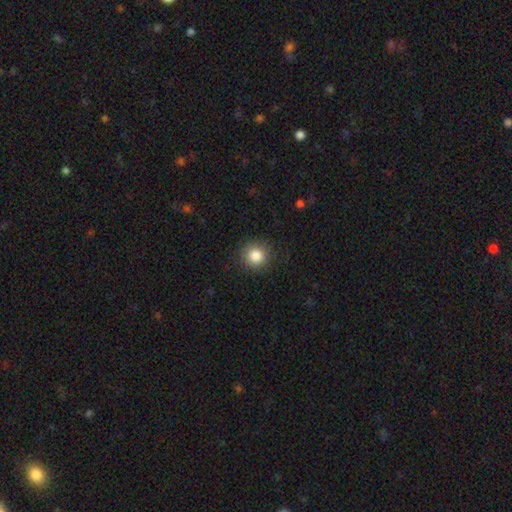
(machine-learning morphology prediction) smooth-or-featured: smooth: 85% | star or artifact: 10% | featured or disk: 5%
  how-rounded: round: 94% | in between: 6% | cigar-shaped: 1%
  merging: none: 89% | minor disturbance: 7% | major disturbance: 3% | merger: 1%